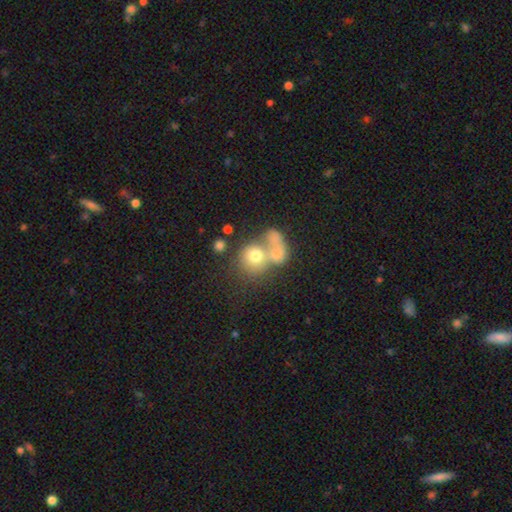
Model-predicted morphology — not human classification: Smooth or featured: smooth — 64% (featured or disk — 24%)
How rounded: round — 73% (in between — 26%)
Merging: merger — 59% (none — 22%)